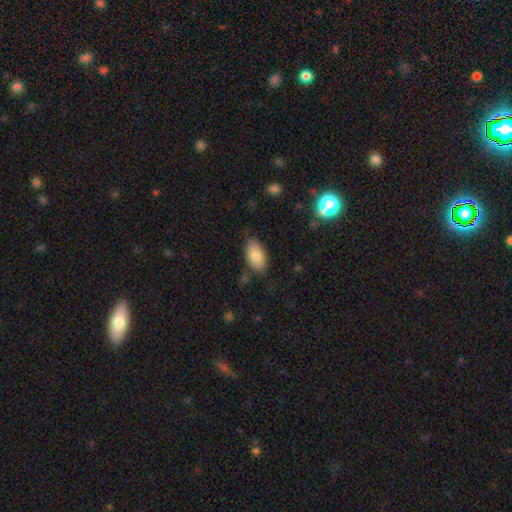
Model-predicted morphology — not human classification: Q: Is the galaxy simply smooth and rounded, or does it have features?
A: smooth — 84%.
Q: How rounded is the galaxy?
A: in between — 94%.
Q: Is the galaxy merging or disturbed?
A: none — 78%.